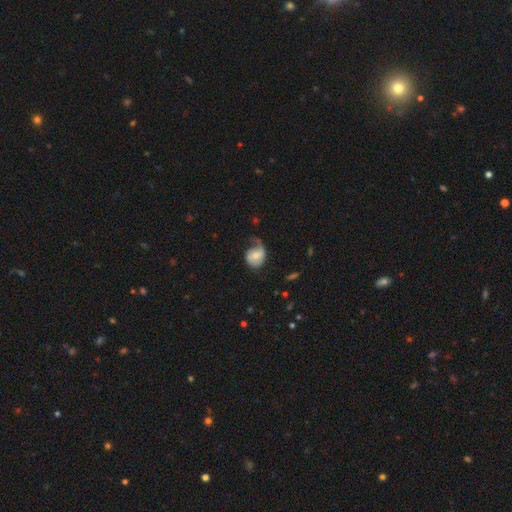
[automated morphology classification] type=smooth (49%); merging=none (34%).